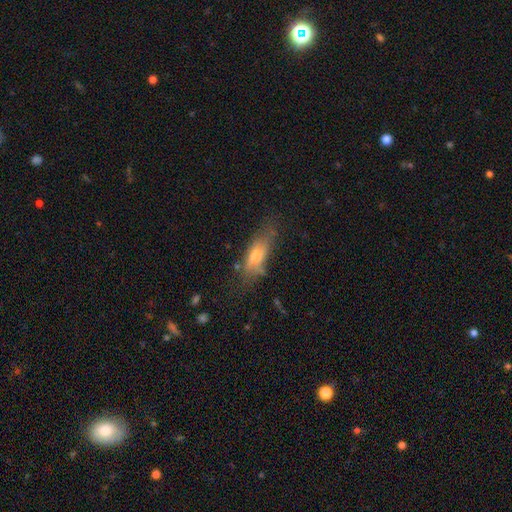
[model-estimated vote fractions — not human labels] smooth_or_featured: smooth (p=0.53) [alt: featured or disk p=0.37]
how_rounded: in between (p=0.60) [alt: cigar-shaped p=0.36]
merging: none (p=0.48) [alt: minor disturbance p=0.28]